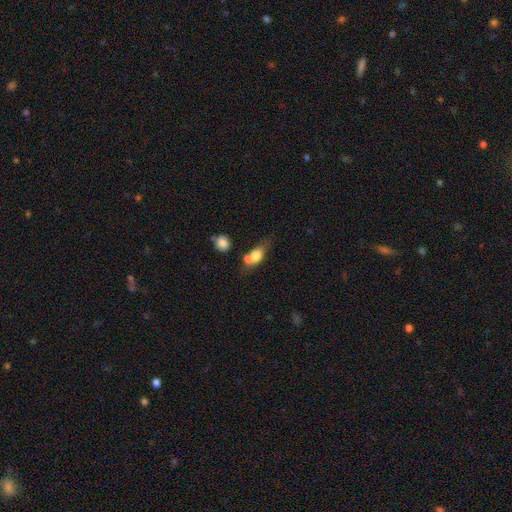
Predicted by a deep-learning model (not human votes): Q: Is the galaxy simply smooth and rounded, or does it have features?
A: smooth — 72%.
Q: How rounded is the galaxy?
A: in between — 64%.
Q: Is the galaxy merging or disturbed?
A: merger — 40%.